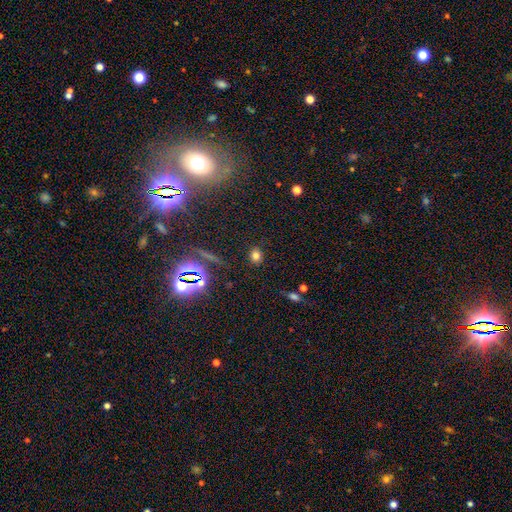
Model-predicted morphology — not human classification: The model was most divided on "how rounded": round: 61%, in between: 37%, cigar-shaped: 2%. More confident: merging — none (88%); smooth or featured — smooth (73%).